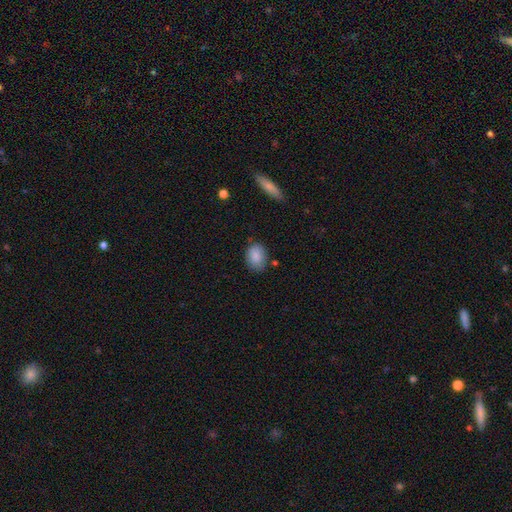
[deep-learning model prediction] A smooth galaxy with no disk features (87%) that is in between round and cigar-shaped (71%). Merging: none (75%).